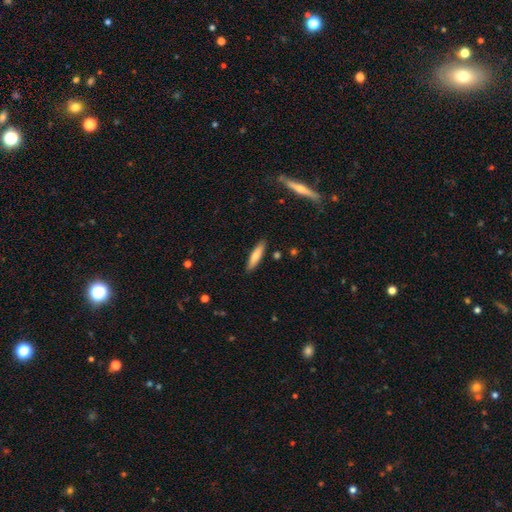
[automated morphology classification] Smooth or featured: smooth — 75% (featured or disk — 20%)
How rounded: cigar-shaped — 80% (in between — 18%)
Merging: none — 89% (minor disturbance — 8%)